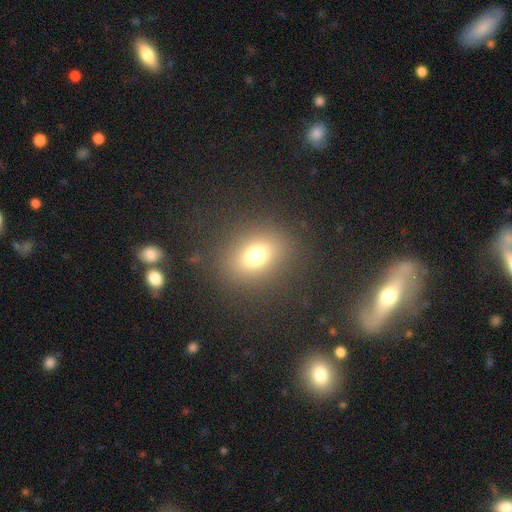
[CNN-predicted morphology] Smooth or featured? smooth (71%)
How rounded? round (57%)
Merging? none (86%)